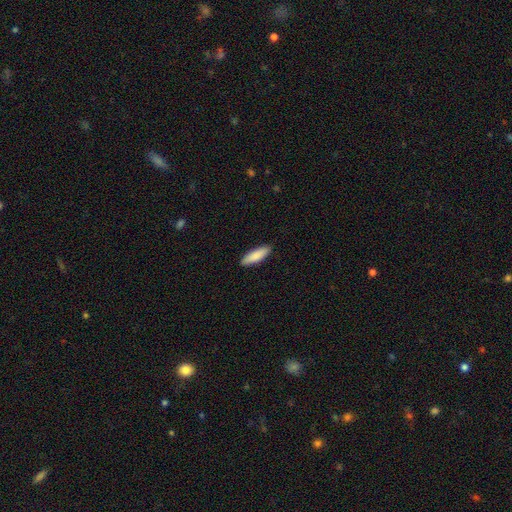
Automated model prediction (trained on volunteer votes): Smooth or featured? smooth (86%)
How rounded? cigar-shaped (55%)
Merging? none (90%)